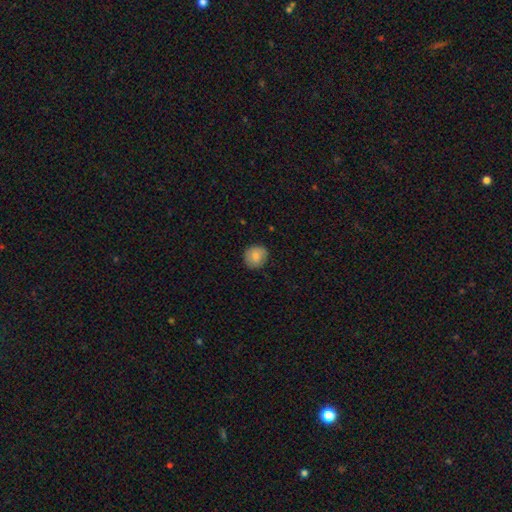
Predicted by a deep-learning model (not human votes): Smooth or featured: smooth — 84% (featured or disk — 8%)
How rounded: round — 85% (in between — 14%)
Merging: none — 86% (minor disturbance — 11%)